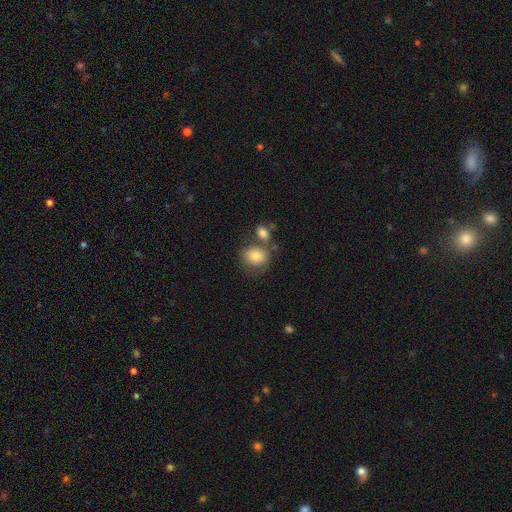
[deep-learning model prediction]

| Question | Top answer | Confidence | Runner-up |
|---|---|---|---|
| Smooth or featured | smooth | 79% | featured or disk (12%) |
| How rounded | round | 63% | in between (36%) |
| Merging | none | 50% | merger (28%) |